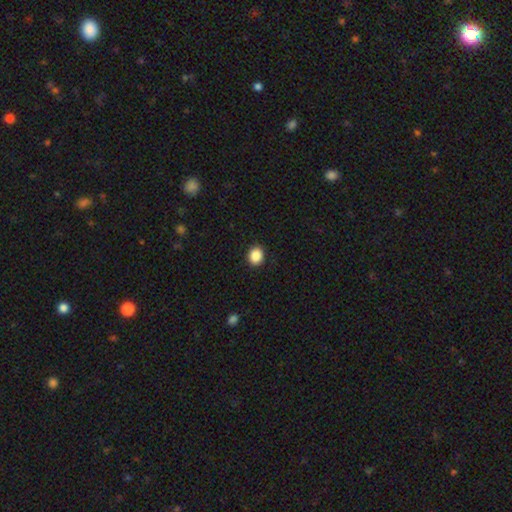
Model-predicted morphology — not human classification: smooth_or_featured: smooth (p=0.88) [alt: star or artifact p=0.09]
how_rounded: round (p=0.69) [alt: in between p=0.30]
merging: none (p=0.92) [alt: minor disturbance p=0.06]